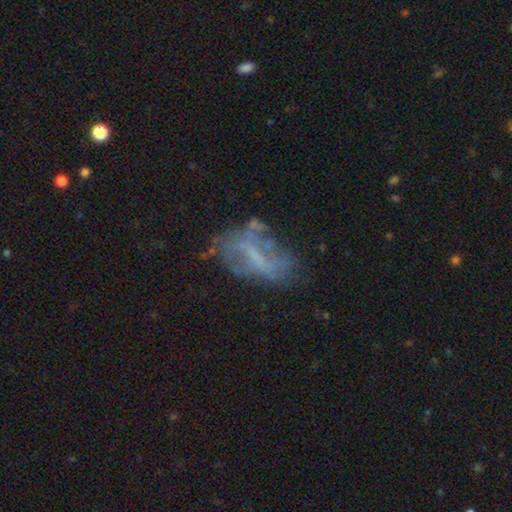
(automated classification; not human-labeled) smooth-or-featured: featured or disk: 58% | smooth: 28% | star or artifact: 14%
  disk-edge-on: no: 92% | yes: 8%
    bar: no: 46% | weak: 34% | strong: 20%
    has-spiral-arms: no: 68% | yes: 32%
    bulge-size: none: 55% | small: 28% | moderate: 14% | large: 2% | dominant: 1%
  merging: none: 44% | major disturbance: 25% | minor disturbance: 24% | merger: 6%